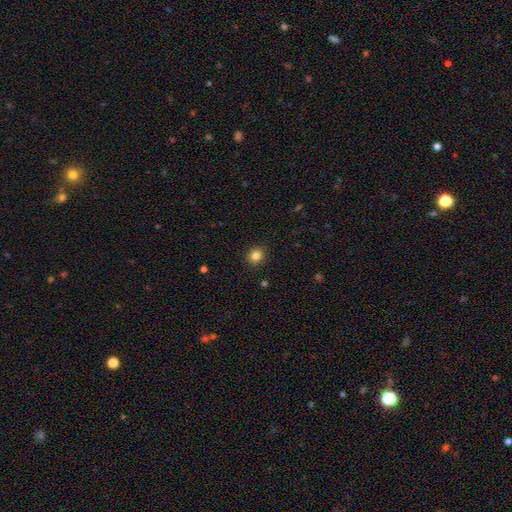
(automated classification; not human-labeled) Smooth or featured?
  - smooth: 83% *
  - star or artifact: 12%
  - featured or disk: 5%
How rounded?
  - round: 84% *
  - in between: 15%
  - cigar-shaped: 1%
Merging?
  - none: 91% *
  - minor disturbance: 6%
  - major disturbance: 2%
  - merger: 1%